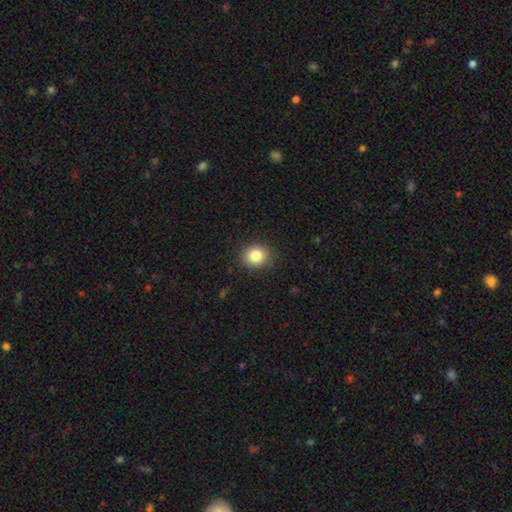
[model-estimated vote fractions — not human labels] Smooth or featured? Predicted: smooth (p=0.84). How rounded? Predicted: round (p=0.77). Merging? Predicted: none (p=0.89).